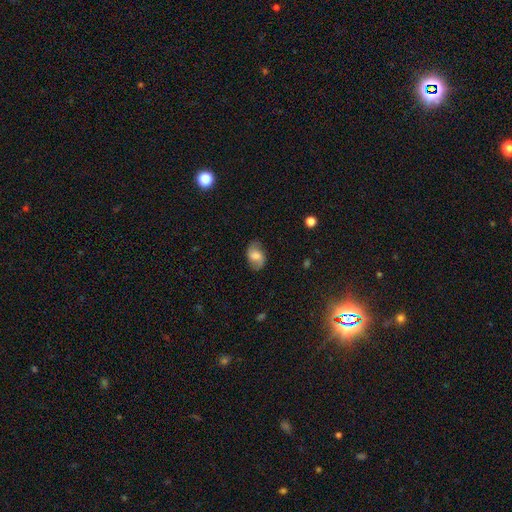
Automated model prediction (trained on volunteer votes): smooth 50%, featured or disk 41%, star or artifact 9%. Down the decision tree: merging — none (74%).